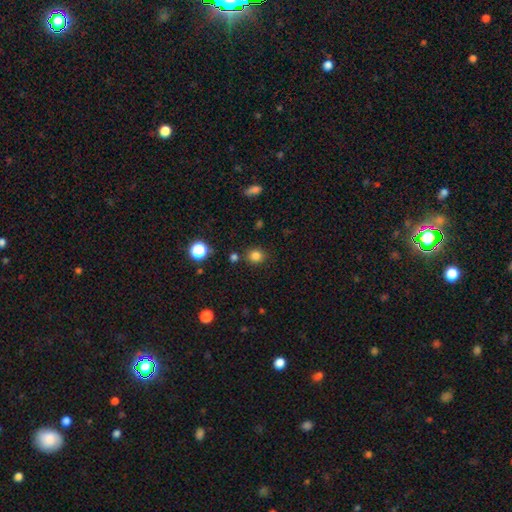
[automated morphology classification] Smooth or featured: smooth — 82% (star or artifact — 14%)
How rounded: round — 83% (in between — 16%)
Merging: none — 83% (minor disturbance — 9%)